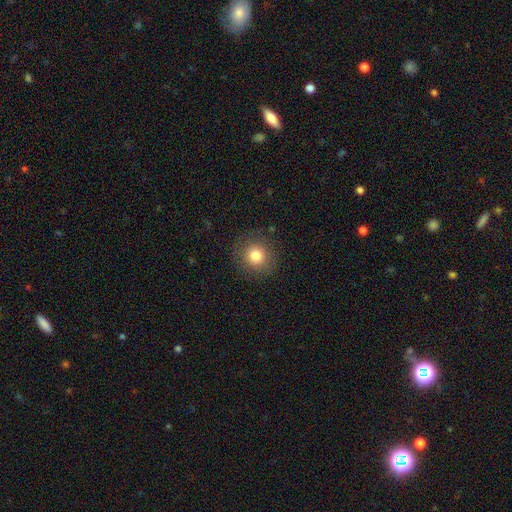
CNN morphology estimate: Smooth or featured? smooth (80%)
How rounded? round (89%)
Merging? none (88%)